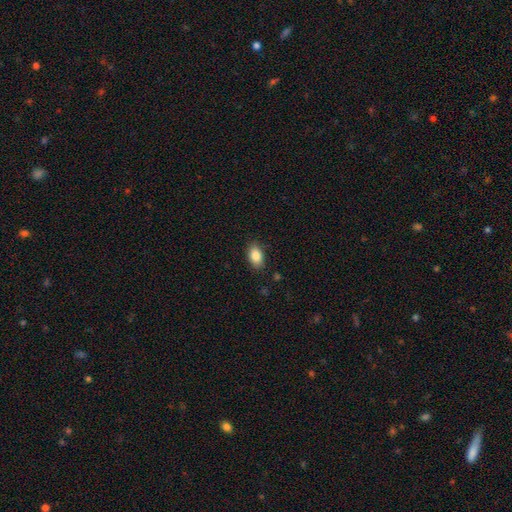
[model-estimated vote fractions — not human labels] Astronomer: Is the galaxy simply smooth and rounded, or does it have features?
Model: smooth — 85%.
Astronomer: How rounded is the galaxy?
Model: in between — 90%.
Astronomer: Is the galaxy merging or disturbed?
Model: none — 87%.